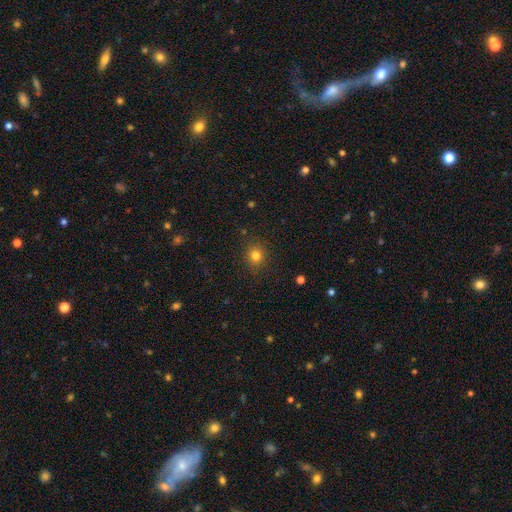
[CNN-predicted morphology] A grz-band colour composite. It shows a smooth galaxy with no disk features (80%) that is round (84%). Merging: none (89%).